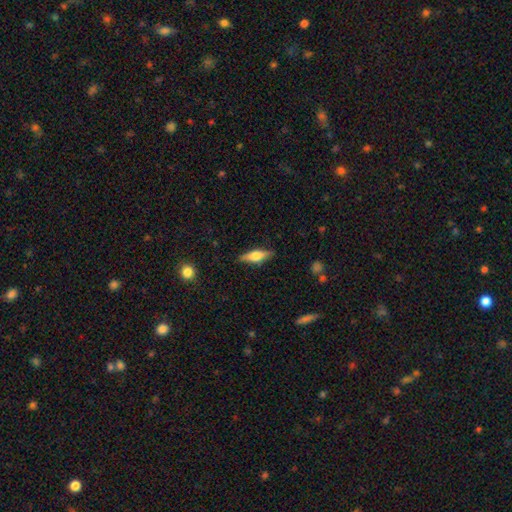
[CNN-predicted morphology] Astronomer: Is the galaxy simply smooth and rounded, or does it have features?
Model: featured or disk — 48% (runner-up: smooth, 45%).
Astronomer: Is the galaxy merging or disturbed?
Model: none — 85%.